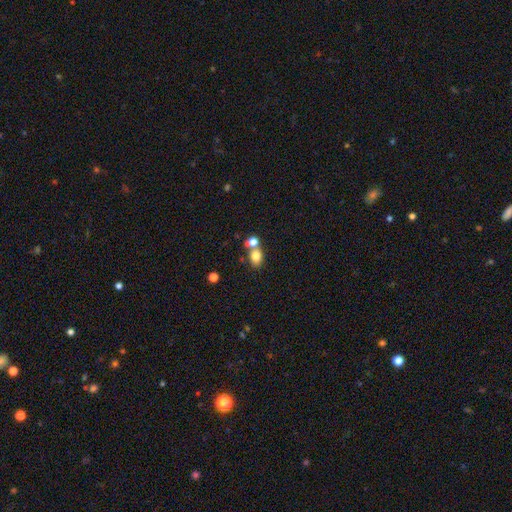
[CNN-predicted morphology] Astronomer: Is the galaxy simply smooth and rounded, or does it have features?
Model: smooth — 78%.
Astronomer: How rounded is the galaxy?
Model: in between — 59% (runner-up: round, 39%).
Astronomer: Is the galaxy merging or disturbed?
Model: none — 45% (runner-up: merger, 42%).